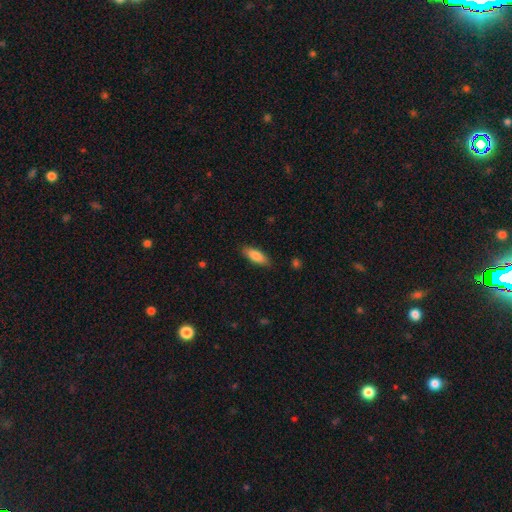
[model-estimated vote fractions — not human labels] The model was most divided on "how rounded": in between: 69%, cigar-shaped: 29%, round: 2%. More confident: merging — none (86%); smooth or featured — smooth (83%).